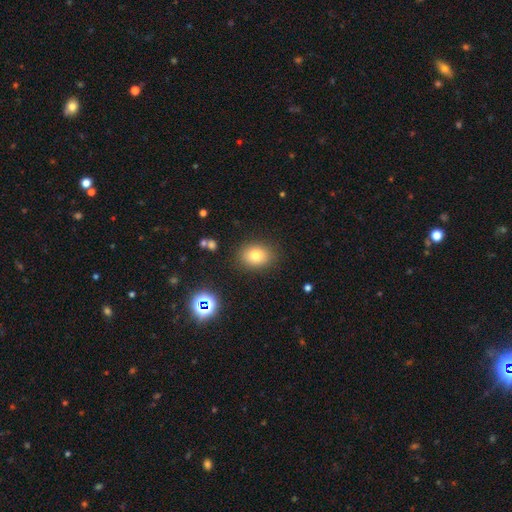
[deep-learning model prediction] This appears to be a smooth galaxy with no disk features (77%) that is in between round and cigar-shaped (55%). Merging: none (86%).